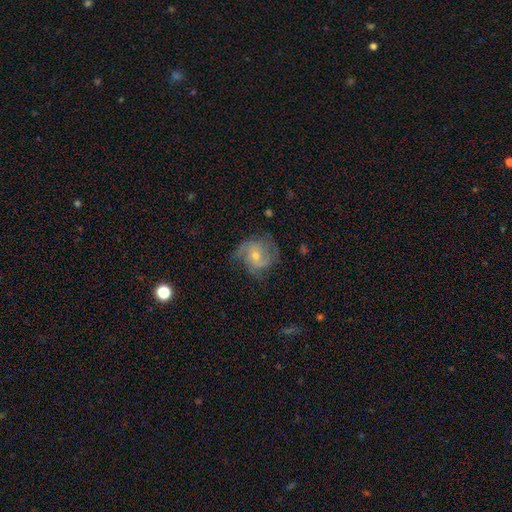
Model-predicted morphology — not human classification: Overall: featured or disk (78%). Edge-on disk: no (97%). Bar: no (67%; weak 27%). Spiral arms: yes (94%). Spiral arm count: 2 (44%; 3 29%). Spiral winding: medium (48%; tight 33%). Bulge size: small (53%; moderate 43%). Merging: none (68%).